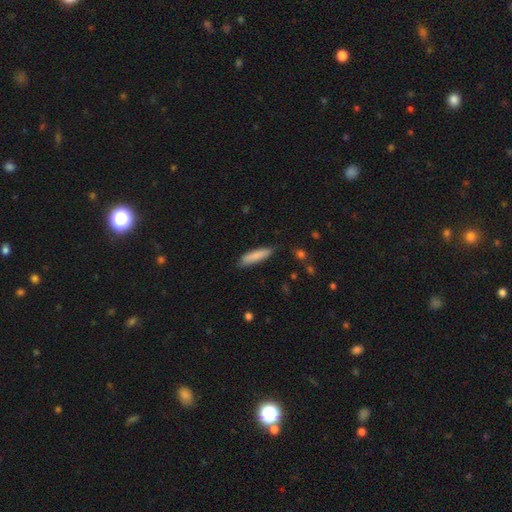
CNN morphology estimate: This is clearly a smooth galaxy (85%). How rounded: likely cigar-shaped (77%). Merging: clearly none (81%).